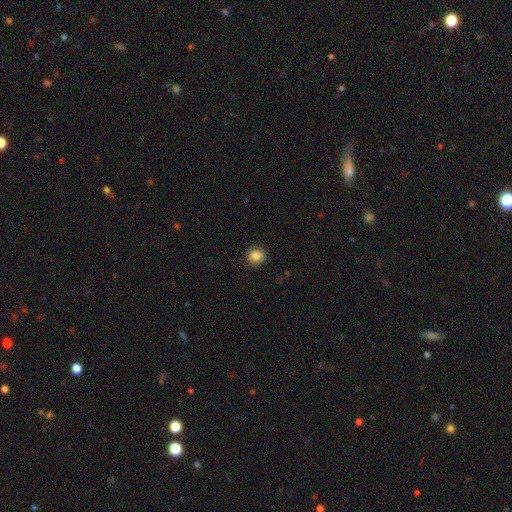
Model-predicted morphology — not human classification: Overall: smooth (86%). How rounded: round (91%). Merging: none (91%).